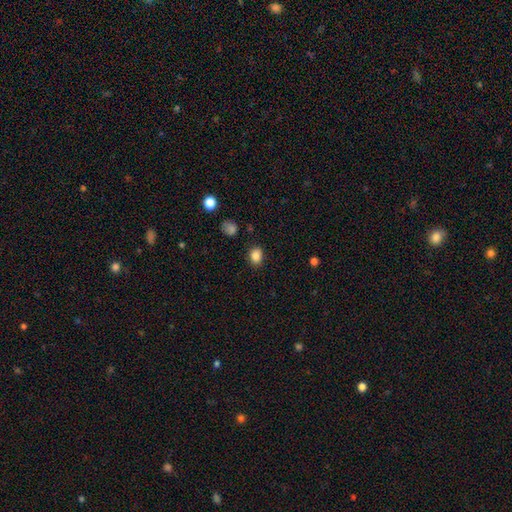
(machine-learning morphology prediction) type=smooth (85%); roundness=in between (58%); merging=none (84%).